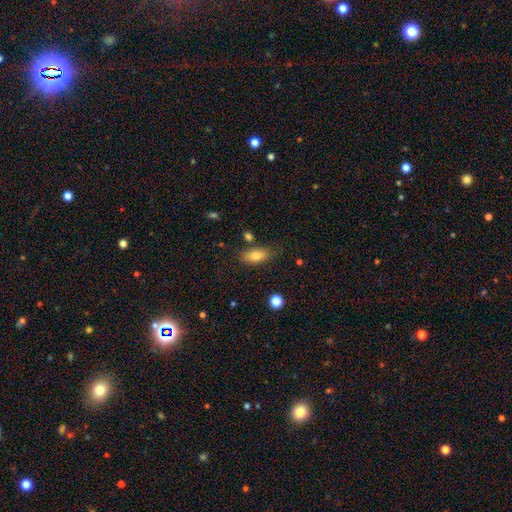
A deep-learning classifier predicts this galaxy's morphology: Overall: smooth (79%). How rounded: in between (87%). Merging: none (75%).